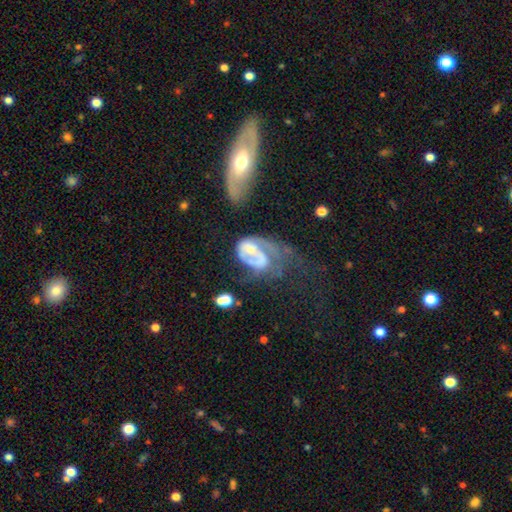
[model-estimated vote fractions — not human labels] Q: Smooth or featured?
A: featured or disk (70%); runner-up: smooth (22%)
Q: Edge-on disk?
A: no (97%); runner-up: yes (3%)
Q: Bar?
A: no (66%); runner-up: weak (26%)
Q: Spiral arms?
A: yes (64%); runner-up: no (36%)
Q: Bulge size?
A: moderate (45%); runner-up: small (41%)
Q: Merging?
A: major disturbance (49%); runner-up: none (20%)